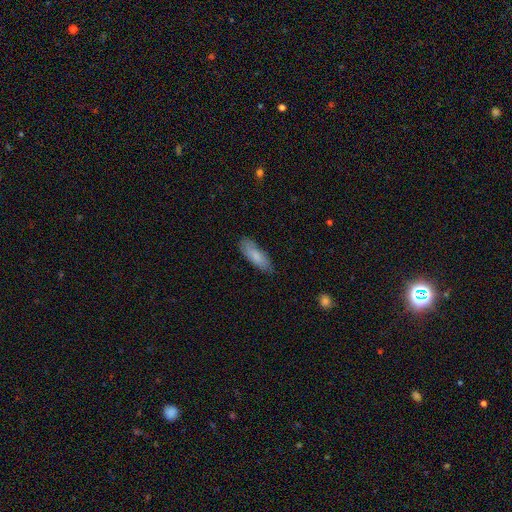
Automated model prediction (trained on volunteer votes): This is likely a smooth galaxy (79%). How rounded: possibly in between (57%). Merging: clearly none (81%).